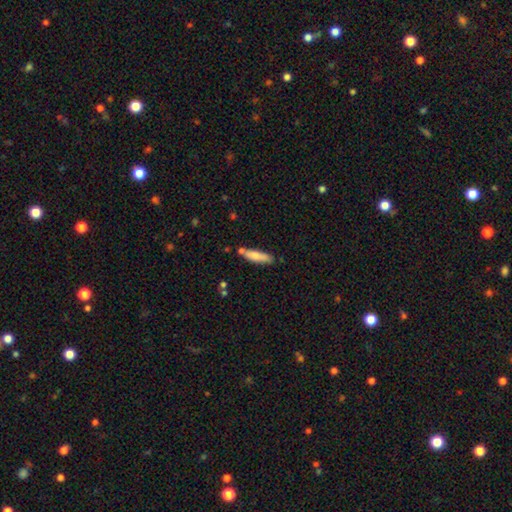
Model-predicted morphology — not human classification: A smooth galaxy with no disk features (78%) that is cigar-shaped (69%).

Vote fractions:
- Smooth or featured? smooth: 78% / featured or disk: 16% / star or artifact: 6%
- How rounded? cigar-shaped: 69% / in between: 30% / round: 2%
- Merging? none: 70% / minor disturbance: 17% / merger: 10% / major disturbance: 3%